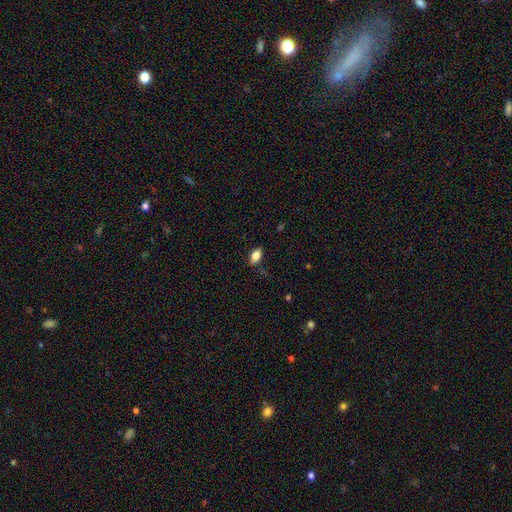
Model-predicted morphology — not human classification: This appears to be a smooth galaxy with no disk features (81%) that is in between round and cigar-shaped (89%). Merging: none (83%).